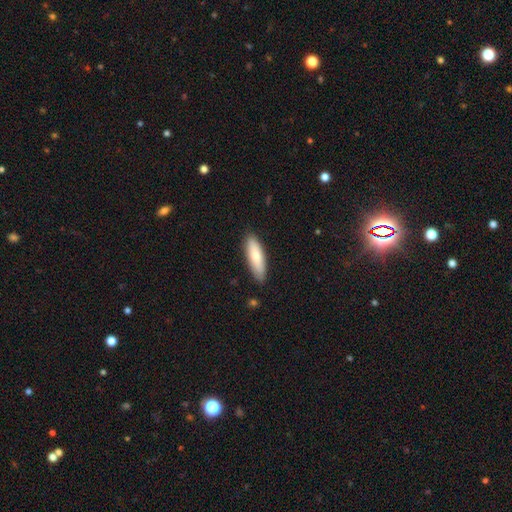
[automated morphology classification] Smooth or featured? Predicted: smooth (p=0.78). How rounded? Predicted: in between (p=0.50). Merging? Predicted: none (p=0.86).